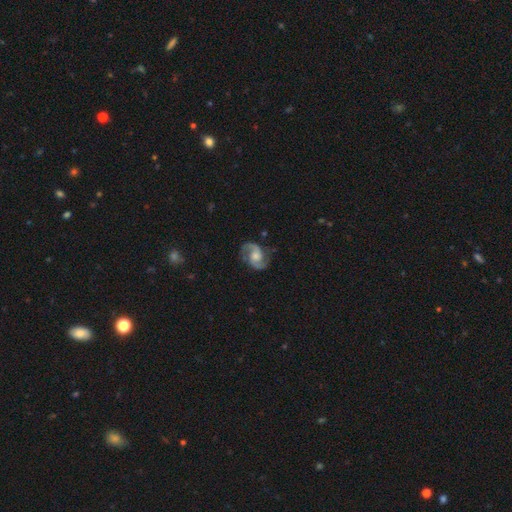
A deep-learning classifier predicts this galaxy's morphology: A featured or disk galaxy (90%) with no bar (57%), 2 (94%) medium (58%) spiral arms (98%) and a moderate central bulge (51%). Merging: none (81%).